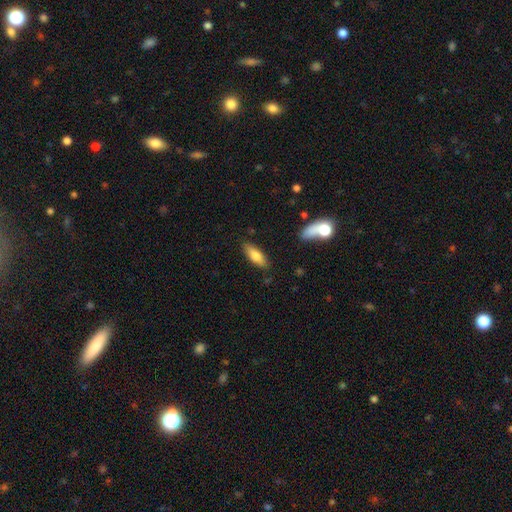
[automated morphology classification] Smooth or featured? Predicted: smooth (p=0.77). How rounded? Predicted: in between (p=0.62). Merging? Predicted: none (p=0.84).